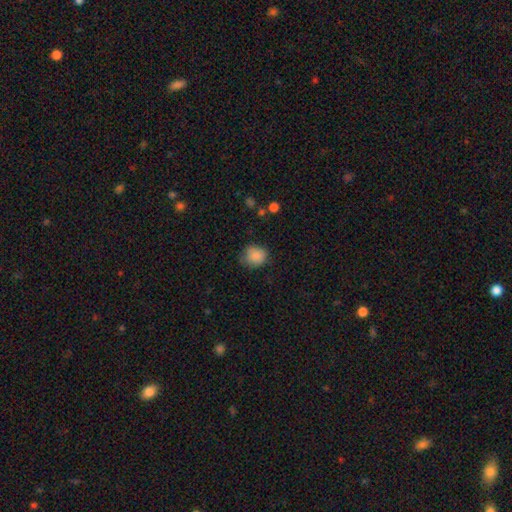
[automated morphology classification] Smooth or featured?
  - smooth: 86% *
  - star or artifact: 9%
  - featured or disk: 5%
How rounded?
  - round: 75% *
  - in between: 24%
  - cigar-shaped: 1%
Merging?
  - none: 70% *
  - minor disturbance: 23%
  - major disturbance: 5%
  - merger: 1%